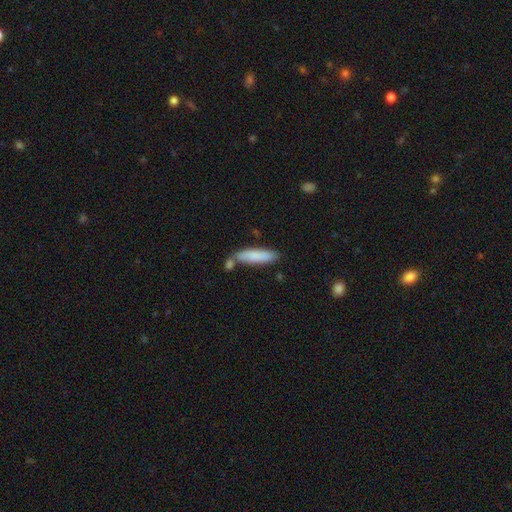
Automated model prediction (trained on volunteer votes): Smooth or featured? smooth (82%)
How rounded? cigar-shaped (66%)
Merging? none (66%)